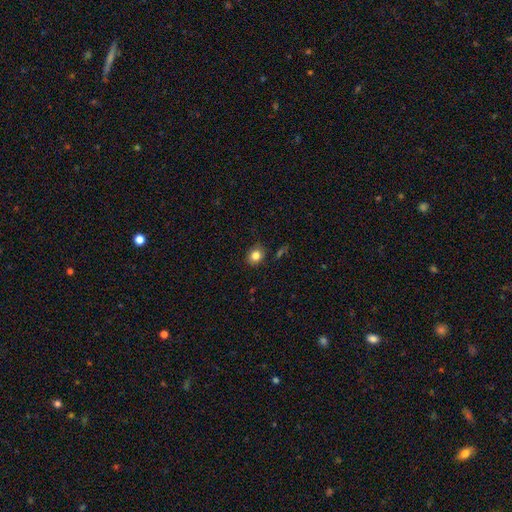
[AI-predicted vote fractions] A smooth galaxy with no disk features (82%) that is round (63%).

Vote fractions:
- Smooth or featured? smooth: 82% / star or artifact: 11% / featured or disk: 7%
- How rounded? round: 63% / in between: 36% / cigar-shaped: 1%
- Merging? none: 86% / minor disturbance: 10% / major disturbance: 2% / merger: 2%